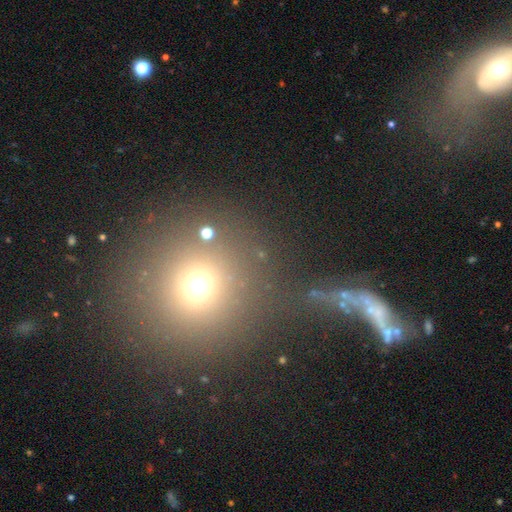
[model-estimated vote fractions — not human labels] A smooth galaxy with no disk features (60%) that is round (90%).

Vote fractions:
- Smooth or featured? smooth: 60% / star or artifact: 26% / featured or disk: 14%
- How rounded? round: 90% / in between: 8% / cigar-shaped: 2%
- Merging? none: 66% / merger: 12% / minor disturbance: 11% / major disturbance: 11%